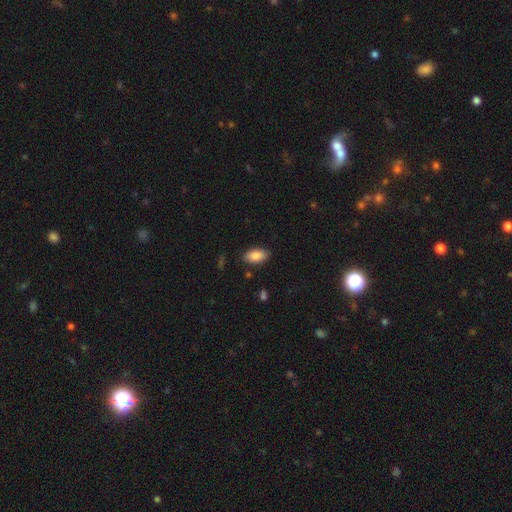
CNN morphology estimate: A smooth galaxy with no disk features (87%) that is in between round and cigar-shaped (93%).

Vote fractions:
- Smooth or featured? smooth: 87% / star or artifact: 7% / featured or disk: 6%
- How rounded? in between: 93% / cigar-shaped: 3% / round: 3%
- Merging? none: 85% / minor disturbance: 11% / major disturbance: 2% / merger: 1%